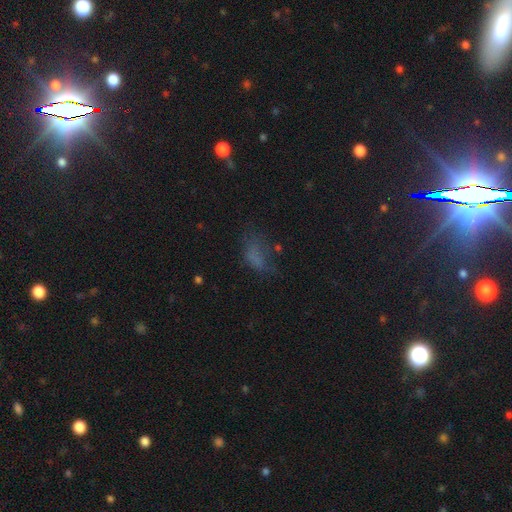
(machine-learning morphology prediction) type=smooth (57%); roundness=in between (83%); merging=none (39%).